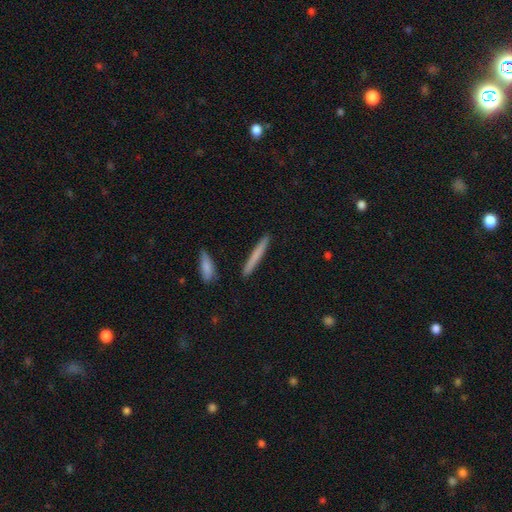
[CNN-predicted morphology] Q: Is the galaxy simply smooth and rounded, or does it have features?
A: smooth — 70%.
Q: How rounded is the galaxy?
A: cigar-shaped — 96%.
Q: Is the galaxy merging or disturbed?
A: none — 90%.